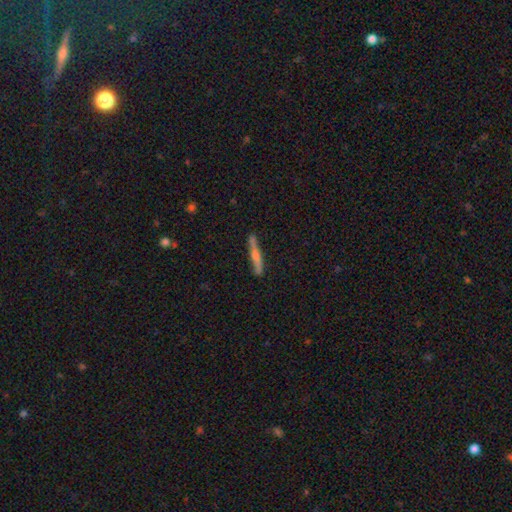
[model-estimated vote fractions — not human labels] This appears to be a featured or disk galaxy (54%) viewed edge-on (94%) with a rounded central bulge (70%). Merging: none (84%).